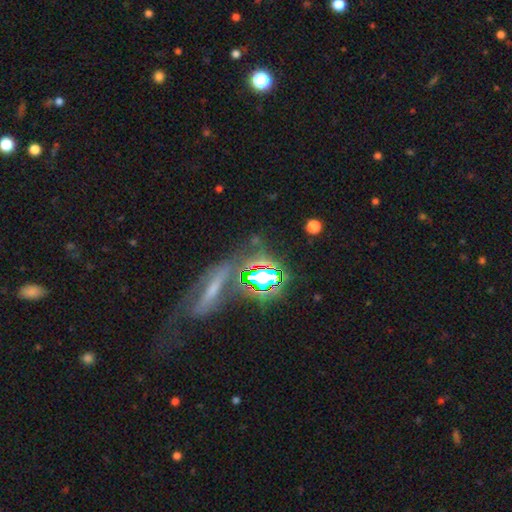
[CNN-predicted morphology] smooth_or_featured: star or artifact (p=0.42) [alt: featured or disk p=0.38]